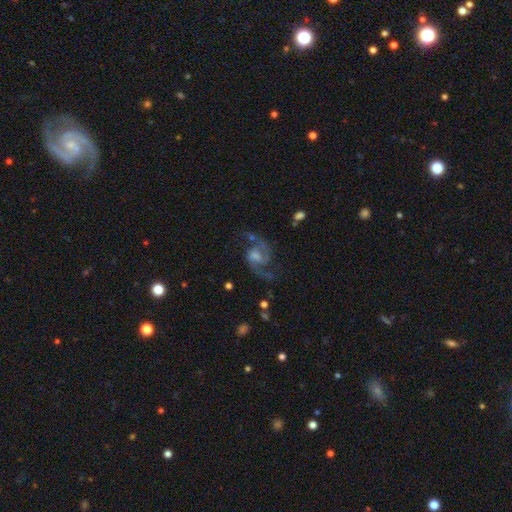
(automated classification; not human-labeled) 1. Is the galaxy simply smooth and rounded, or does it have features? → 87% featured or disk, 7% star or artifact, 5% smooth.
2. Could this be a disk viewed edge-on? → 98% no, 2% yes.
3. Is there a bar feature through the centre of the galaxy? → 50% no, 41% weak, 8% strong.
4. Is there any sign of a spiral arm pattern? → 97% yes, 3% no.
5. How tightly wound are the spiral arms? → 47% medium, 44% loose, 9% tight.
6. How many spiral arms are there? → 92% 2, 2% can't tell, 2% 1, 2% 3, 1% 4, 1% more than 4.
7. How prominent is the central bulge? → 43% moderate, 32% small, 13% none, 10% large, 2% dominant.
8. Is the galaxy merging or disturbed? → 70% none, 15% minor disturbance, 12% major disturbance, 3% merger.